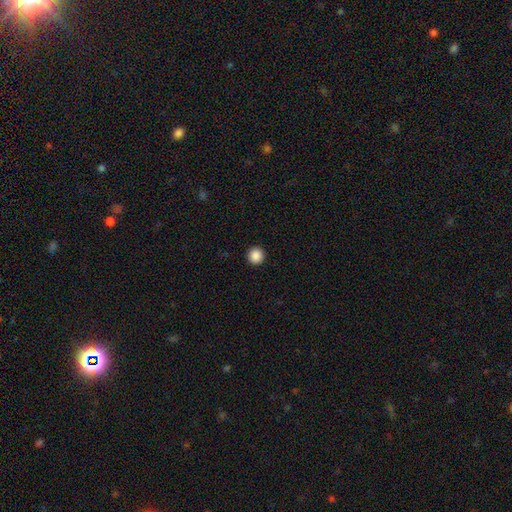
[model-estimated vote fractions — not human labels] Smooth or featured? Predicted: smooth (p=0.88). How rounded? Predicted: round (p=0.96). Merging? Predicted: none (p=0.94).